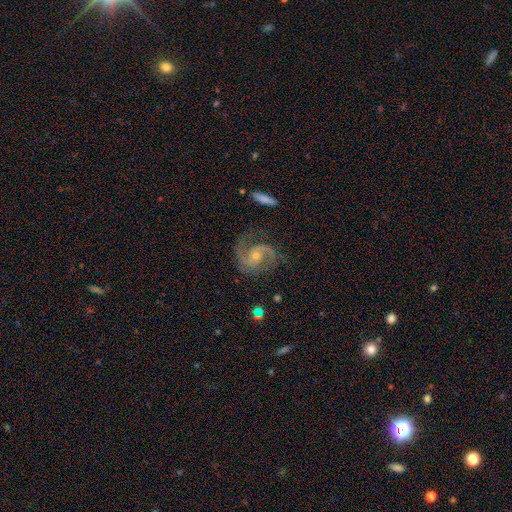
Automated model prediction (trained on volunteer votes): featured or disk 91%, star or artifact 6%, smooth 4%. Down the decision tree: edge-on disk — no (98%); bar — no (60%); spiral arms — yes (98%); spiral arm count — 2 (90%); spiral winding — medium (58%); bulge size — small (58%); merging — none (76%).